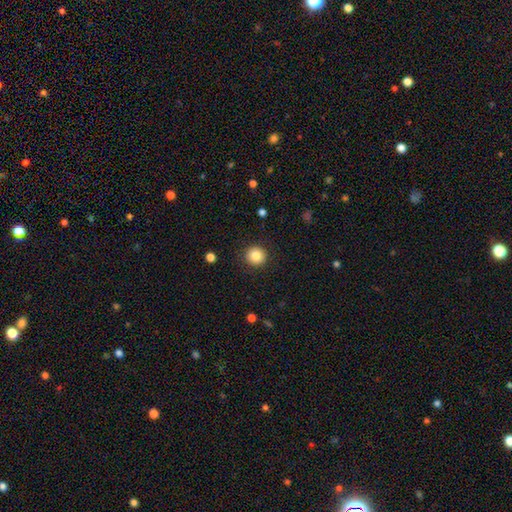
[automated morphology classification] This is clearly a smooth galaxy (84%). How rounded: clearly round (94%). Merging: clearly none (90%).